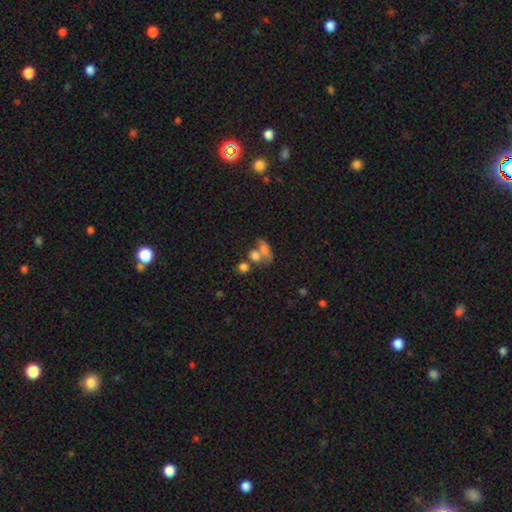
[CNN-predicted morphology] Smooth or featured? Predicted: smooth (p=0.72). How rounded? Predicted: in between (p=0.59). Merging? Predicted: merger (p=0.52).